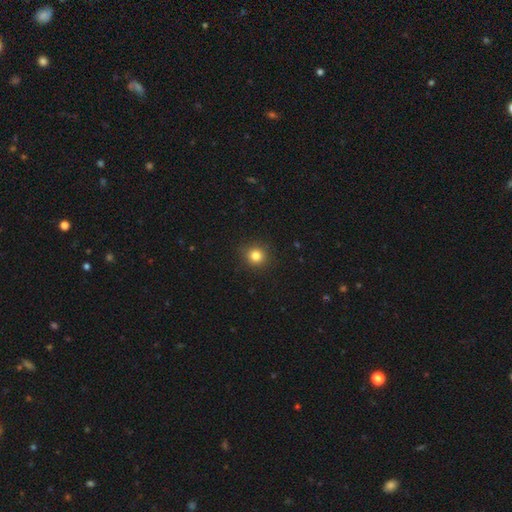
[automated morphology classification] smooth 83%, star or artifact 12%, featured or disk 5%. Down the decision tree: how rounded — round (92%); merging — none (90%).